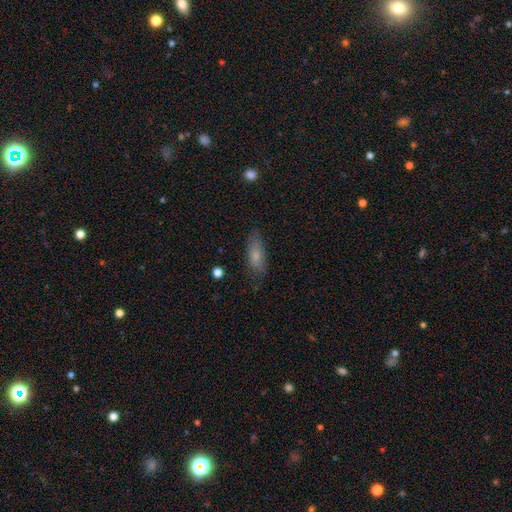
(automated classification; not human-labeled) smooth-or-featured: smooth: 77% | featured or disk: 16% | star or artifact: 7%
  how-rounded: in between: 66% | cigar-shaped: 31% | round: 2%
  merging: none: 73% | minor disturbance: 20% | major disturbance: 5% | merger: 2%